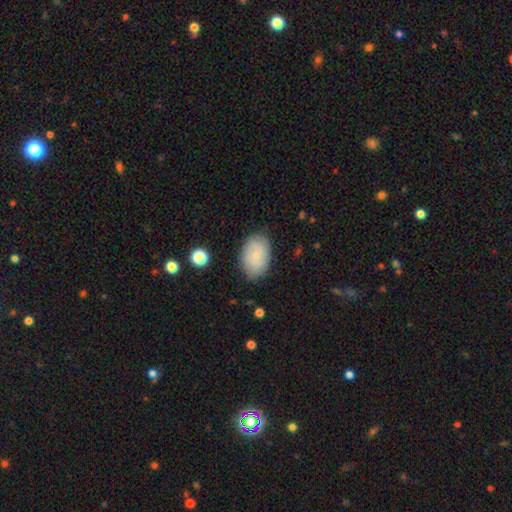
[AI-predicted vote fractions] Overall: smooth (59%; featured or disk 33%). How rounded: in between (85%). Merging: none (81%).